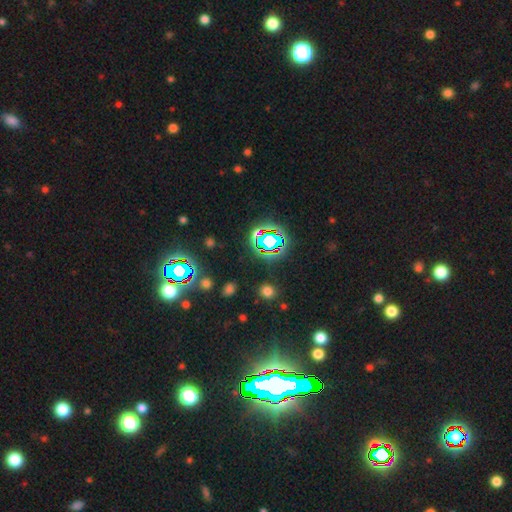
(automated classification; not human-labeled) Smooth or featured? star or artifact (82%)